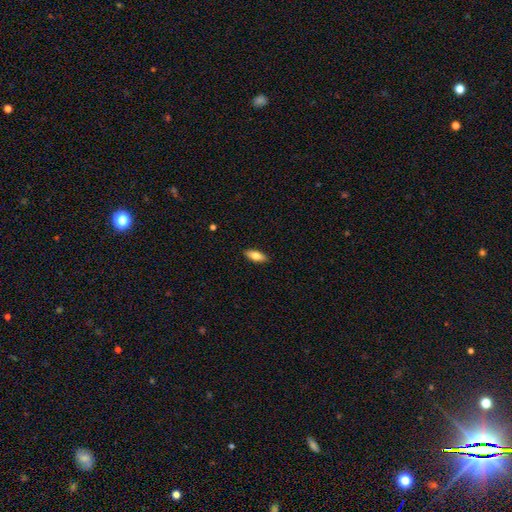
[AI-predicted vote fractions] smooth 74%, featured or disk 19%, star or artifact 6%. Down the decision tree: how rounded — in between (74%); merging — none (89%).